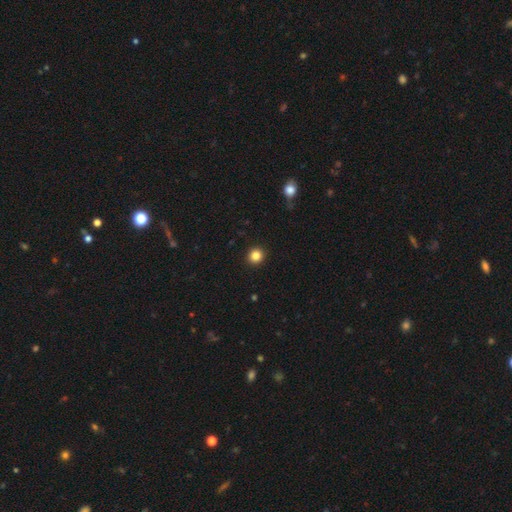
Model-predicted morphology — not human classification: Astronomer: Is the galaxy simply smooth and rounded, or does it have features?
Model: smooth — 84%.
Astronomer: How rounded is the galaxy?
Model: round — 92%.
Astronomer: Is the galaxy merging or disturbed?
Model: none — 93%.